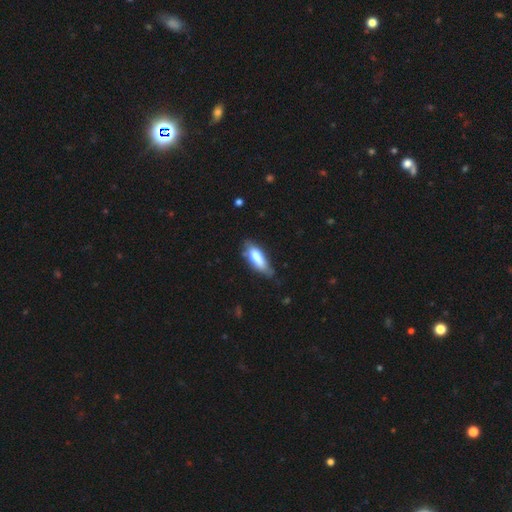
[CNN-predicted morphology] Q: Smooth or featured?
A: smooth (71%); runner-up: featured or disk (22%)
Q: How rounded?
A: in between (66%); runner-up: cigar-shaped (32%)
Q: Merging?
A: none (55%); runner-up: minor disturbance (33%)